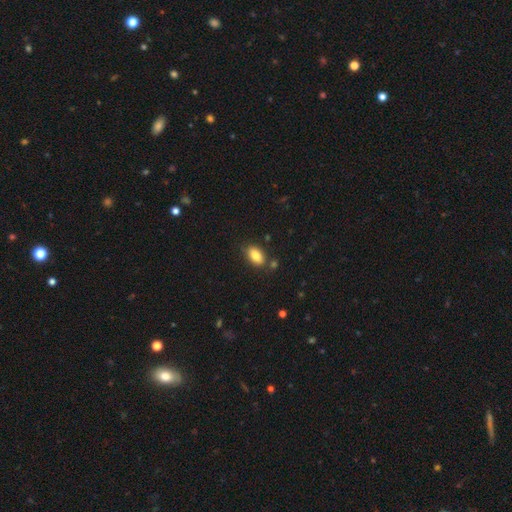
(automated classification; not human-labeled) Smooth or featured?
  - smooth: 85% *
  - star or artifact: 8%
  - featured or disk: 7%
How rounded?
  - in between: 90% *
  - round: 6%
  - cigar-shaped: 4%
Merging?
  - none: 78% *
  - minor disturbance: 13%
  - merger: 6%
  - major disturbance: 3%